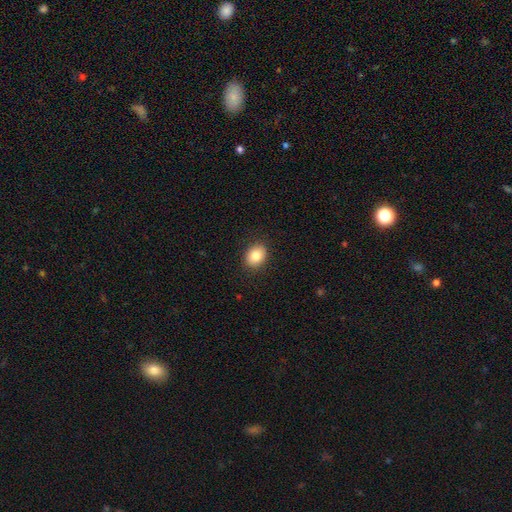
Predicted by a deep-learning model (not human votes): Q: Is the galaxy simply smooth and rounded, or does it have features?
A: smooth — 85%.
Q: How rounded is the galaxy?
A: in between — 60%.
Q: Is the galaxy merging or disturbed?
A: none — 89%.